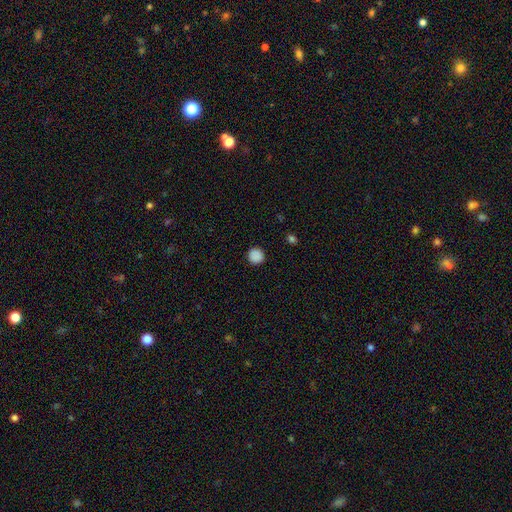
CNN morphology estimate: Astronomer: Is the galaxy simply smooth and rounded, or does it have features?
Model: smooth — 88%.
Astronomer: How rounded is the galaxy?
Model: round — 93%.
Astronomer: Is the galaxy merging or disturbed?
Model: none — 90%.